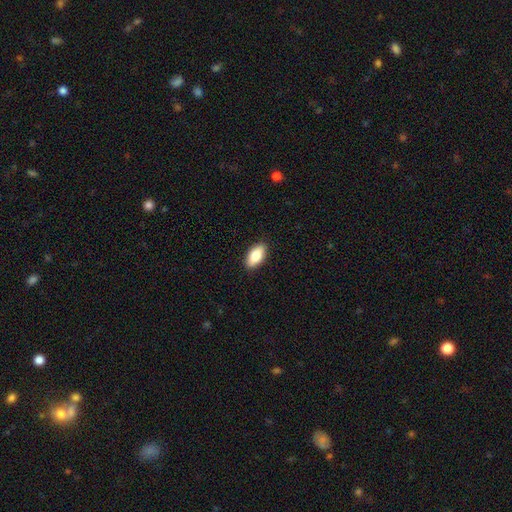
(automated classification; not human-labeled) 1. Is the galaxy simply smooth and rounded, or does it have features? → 83% smooth, 11% featured or disk, 7% star or artifact.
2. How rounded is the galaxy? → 91% in between, 6% cigar-shaped, 3% round.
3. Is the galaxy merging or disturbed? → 90% none, 8% minor disturbance, 2% major disturbance, 1% merger.